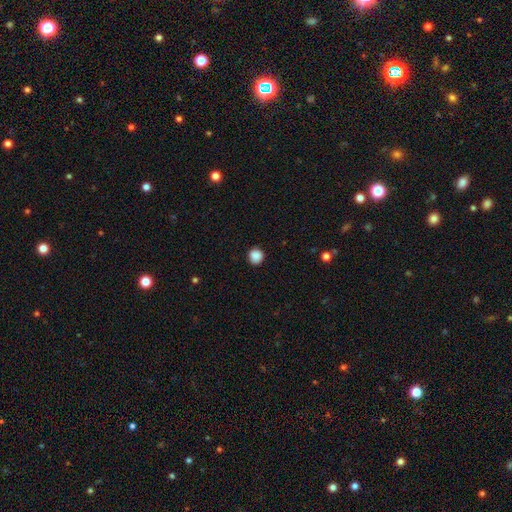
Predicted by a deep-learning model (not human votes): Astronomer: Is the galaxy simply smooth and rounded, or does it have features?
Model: smooth — 88%.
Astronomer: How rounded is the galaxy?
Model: round — 93%.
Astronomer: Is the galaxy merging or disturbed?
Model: none — 91%.